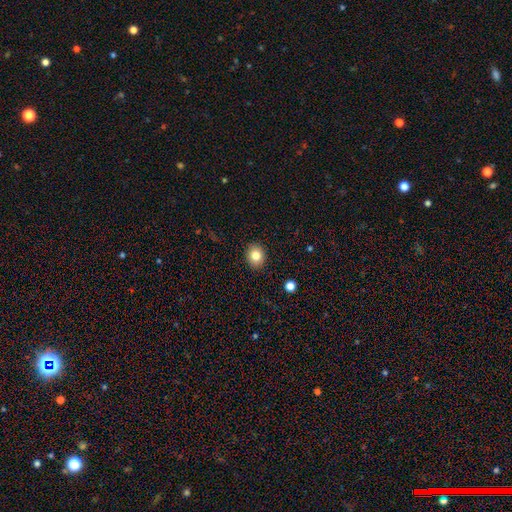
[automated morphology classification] A smooth galaxy with no disk features (81%) that is round (65%).

Vote fractions:
- Smooth or featured? smooth: 81% / star or artifact: 10% / featured or disk: 8%
- How rounded? round: 65% / in between: 34% / cigar-shaped: 1%
- Merging? none: 91% / minor disturbance: 6% / major disturbance: 2% / merger: 1%